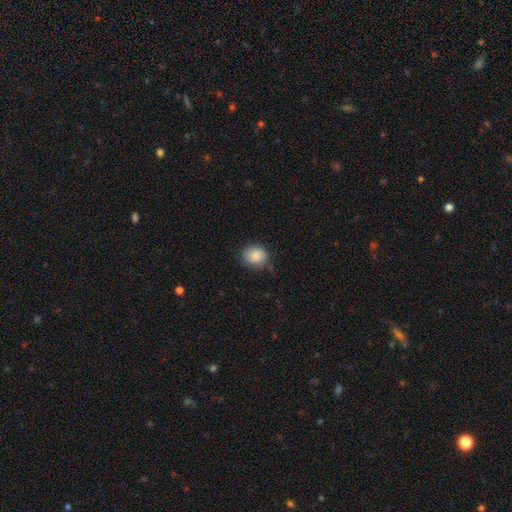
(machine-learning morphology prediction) A smooth galaxy with no disk features (87%) that is round (72%). Merging: none (76%).